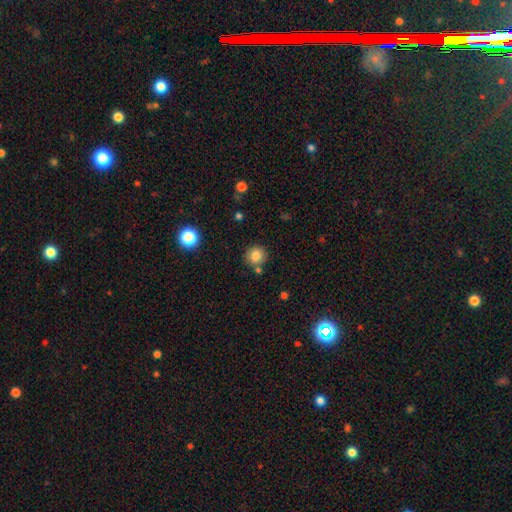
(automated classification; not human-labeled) This appears to be a smooth galaxy with no disk features (81%) that is round (90%). Merging: none (79%).